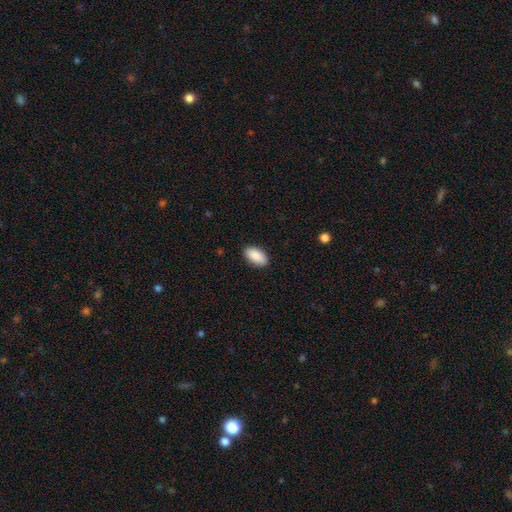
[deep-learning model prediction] Morphology: type=smooth (90%); roundness=in between (93%); merging=none (89%).